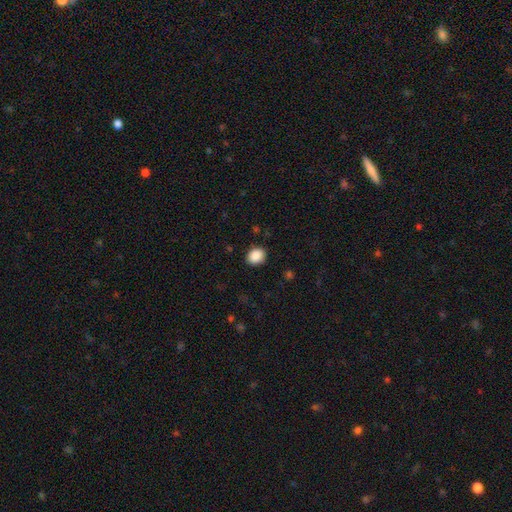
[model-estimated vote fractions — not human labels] Smooth or featured: smooth — 89% (star or artifact — 8%)
How rounded: round — 57% (in between — 42%)
Merging: none — 88% (minor disturbance — 9%)